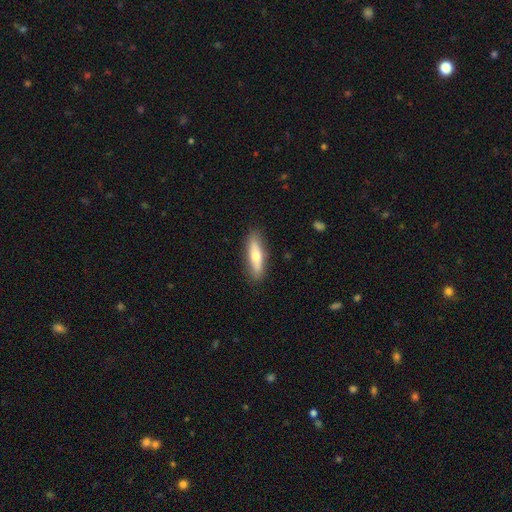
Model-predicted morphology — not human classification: A smooth galaxy with no disk features (58%) that is cigar-shaped (68%). Merging: none (87%).